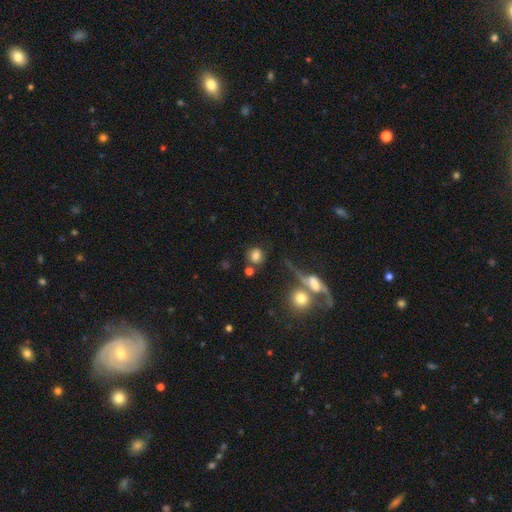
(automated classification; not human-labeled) This is likely a smooth galaxy (75%). How rounded: clearly round (86%). Merging: likely none (71%).